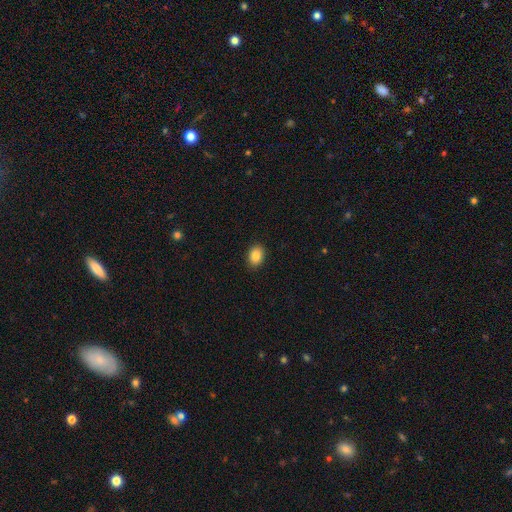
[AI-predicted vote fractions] This appears to be a smooth galaxy with no disk features (86%) that is in between round and cigar-shaped (71%). Merging: none (90%).